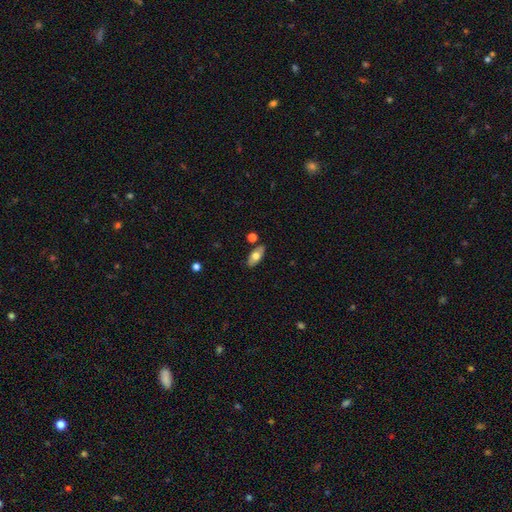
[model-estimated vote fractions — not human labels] Morphology: type=smooth (67%); roundness=in between (87%); merging=none (82%).